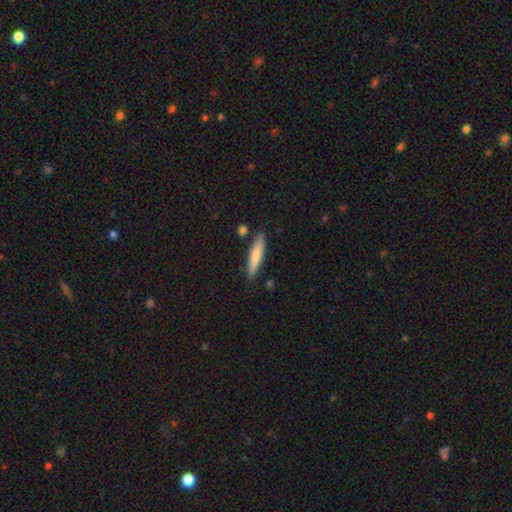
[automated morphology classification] Q: Smooth or featured?
A: smooth (73%); runner-up: featured or disk (22%)
Q: How rounded?
A: cigar-shaped (85%); runner-up: in between (13%)
Q: Merging?
A: none (83%); runner-up: minor disturbance (11%)